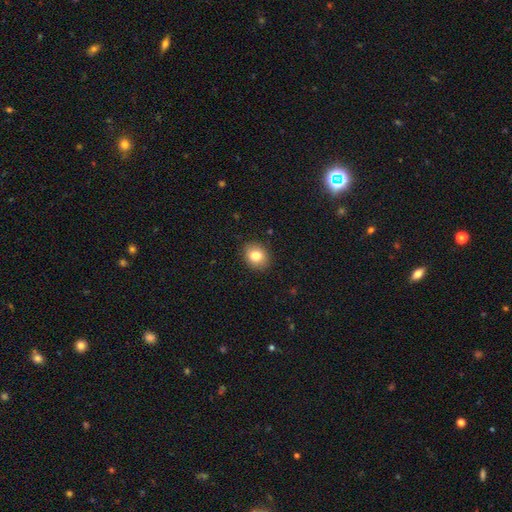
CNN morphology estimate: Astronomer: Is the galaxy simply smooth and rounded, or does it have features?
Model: smooth — 82%.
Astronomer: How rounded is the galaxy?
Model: round — 62% (runner-up: in between, 37%).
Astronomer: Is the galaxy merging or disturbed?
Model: none — 88%.